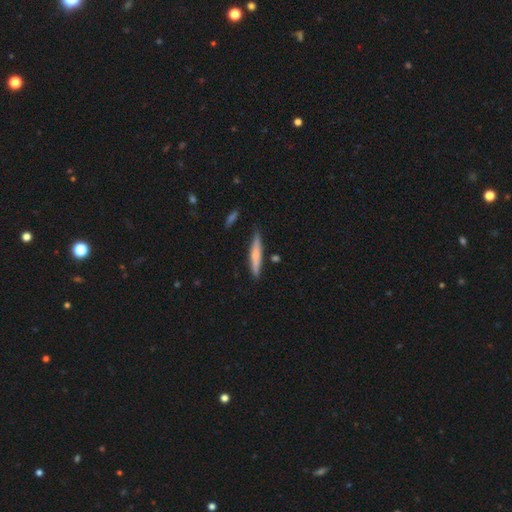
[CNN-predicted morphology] Smooth or featured?
  - smooth: 57% *
  - featured or disk: 37%
  - star or artifact: 6%
How rounded?
  - cigar-shaped: 91% *
  - in between: 7%
  - round: 2%
Merging?
  - none: 82% *
  - minor disturbance: 13%
  - merger: 3%
  - major disturbance: 2%